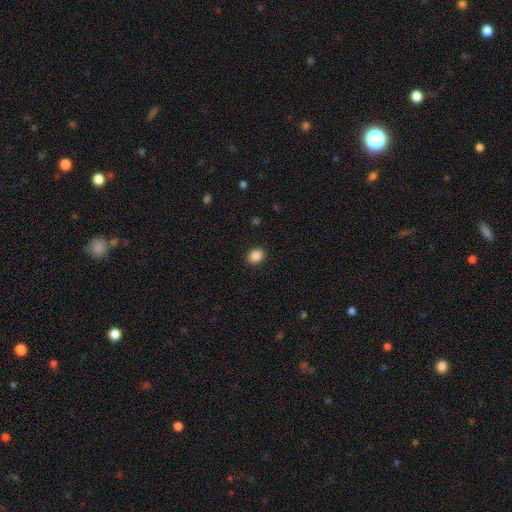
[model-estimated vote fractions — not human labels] A smooth galaxy with no disk features (88%) that is round (57%).

Vote fractions:
- Smooth or featured? smooth: 88% / star or artifact: 9% / featured or disk: 3%
- How rounded? round: 57% / in between: 42% / cigar-shaped: 1%
- Merging? none: 91% / minor disturbance: 6% / major disturbance: 2% / merger: 1%